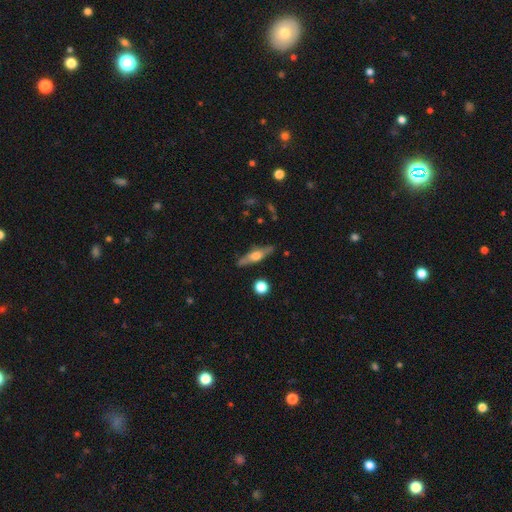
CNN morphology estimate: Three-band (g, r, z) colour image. It shows a featured or disk galaxy (59%) viewed edge-on (92%) with a rounded central bulge (90%). Merging: none (85%).